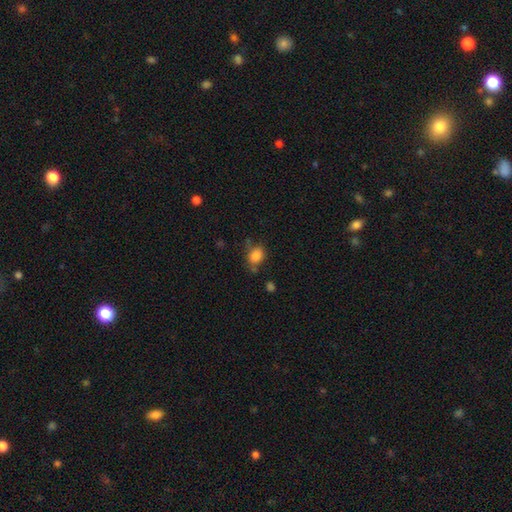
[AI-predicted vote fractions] This appears to be a smooth galaxy with no disk features (83%) that is in between round and cigar-shaped (61%). Merging: none (59%).